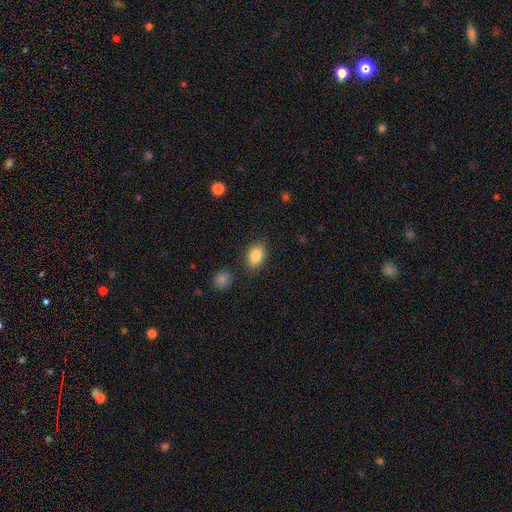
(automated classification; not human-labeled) The model was most divided on "how rounded": in between: 82%, round: 16%, cigar-shaped: 2%. More confident: smooth or featured — smooth (84%); merging — none (83%).